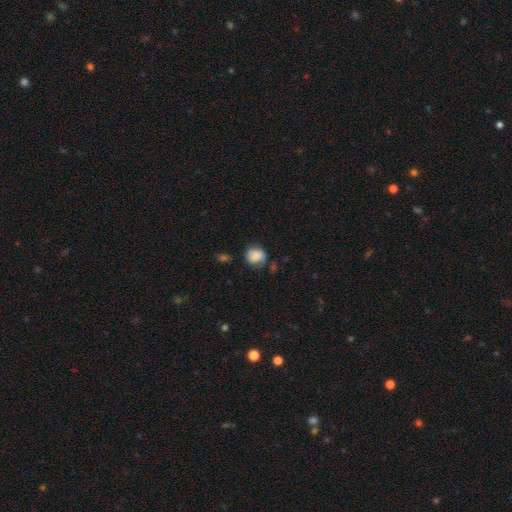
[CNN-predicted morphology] A smooth galaxy with no disk features (74%) that is round (70%).

Vote fractions:
- Smooth or featured? smooth: 74% / featured or disk: 17% / star or artifact: 9%
- How rounded? round: 70% / in between: 29% / cigar-shaped: 1%
- Merging? none: 58% / minor disturbance: 28% / major disturbance: 11% / merger: 4%